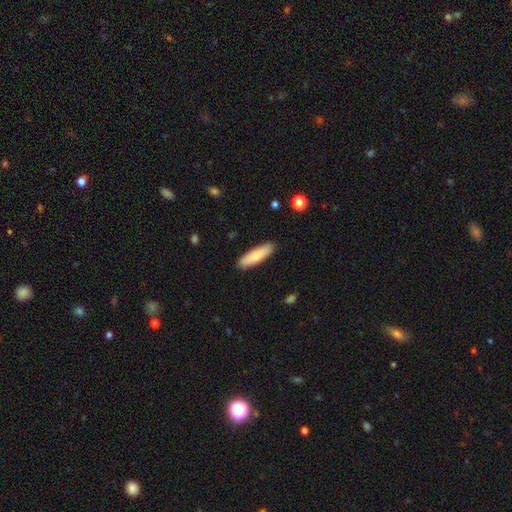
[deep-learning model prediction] Smooth or featured?
  - smooth: 79% *
  - featured or disk: 16%
  - star or artifact: 5%
How rounded?
  - cigar-shaped: 60% *
  - in between: 38%
  - round: 2%
Merging?
  - none: 89% *
  - minor disturbance: 9%
  - major disturbance: 2%
  - merger: 1%